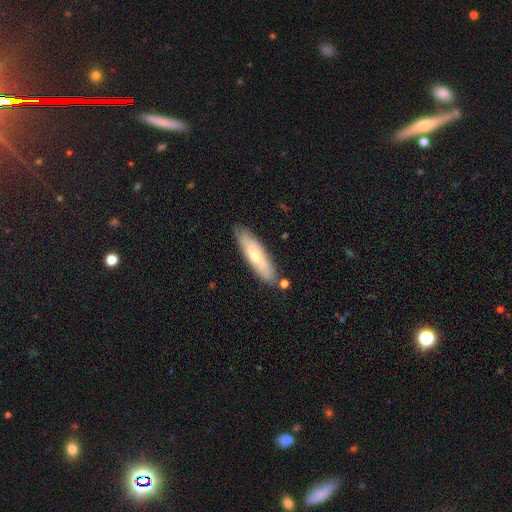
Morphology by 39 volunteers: Smooth or featured? smooth (74%)
How rounded? cigar-shaped (83%)
Merging? none (84%)